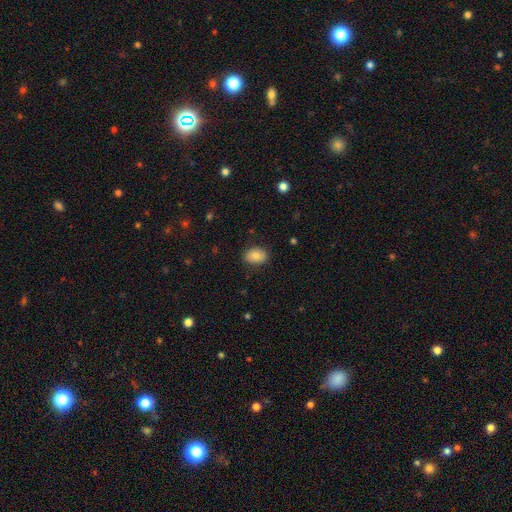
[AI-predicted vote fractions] A smooth galaxy with no disk features (84%) that is in between round and cigar-shaped (76%).

Vote fractions:
- Smooth or featured? smooth: 84% / featured or disk: 8% / star or artifact: 8%
- How rounded? in between: 76% / round: 23% / cigar-shaped: 1%
- Merging? none: 85% / minor disturbance: 12% / major disturbance: 3% / merger: 1%